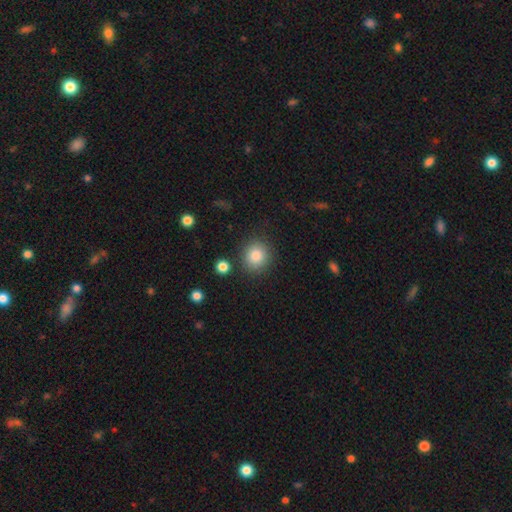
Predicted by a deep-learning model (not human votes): smooth-or-featured: smooth: 84% | star or artifact: 9% | featured or disk: 6%
  how-rounded: round: 86% | in between: 13% | cigar-shaped: 1%
  merging: none: 86% | minor disturbance: 8% | merger: 3% | major disturbance: 3%